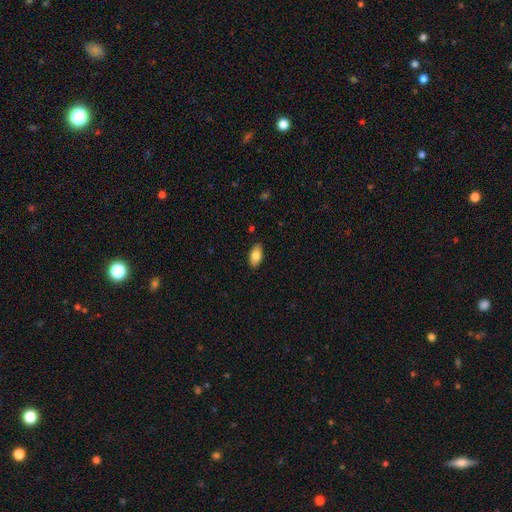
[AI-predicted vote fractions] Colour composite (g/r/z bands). It shows a smooth galaxy with no disk features (79%) that is in between round and cigar-shaped (90%). Merging: none (88%).